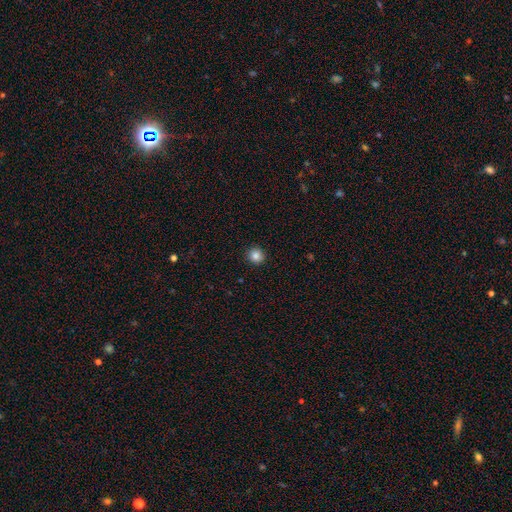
Morphology: type=smooth (100%); roundness=round (100%); merging=none (100%).